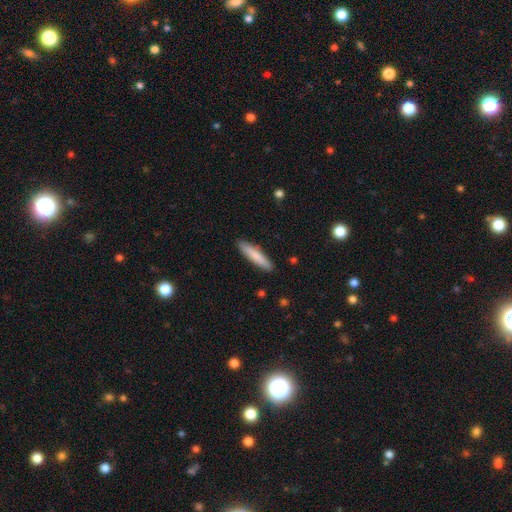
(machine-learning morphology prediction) type=smooth (81%); roundness=cigar-shaped (87%); merging=none (90%).